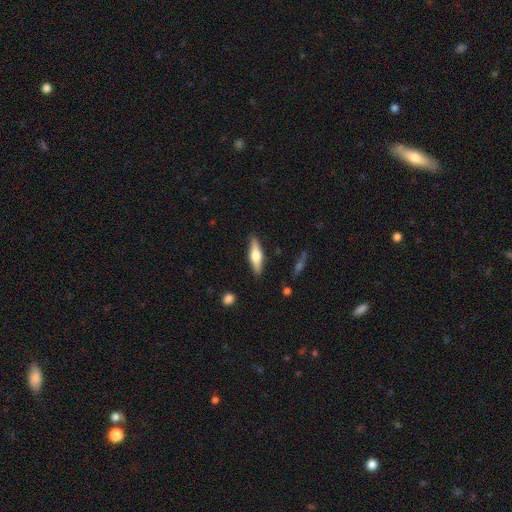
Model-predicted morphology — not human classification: Smooth or featured? Predicted: featured or disk (p=0.51). Edge-on disk? Predicted: yes (p=0.93). Merging? Predicted: none (p=0.88).